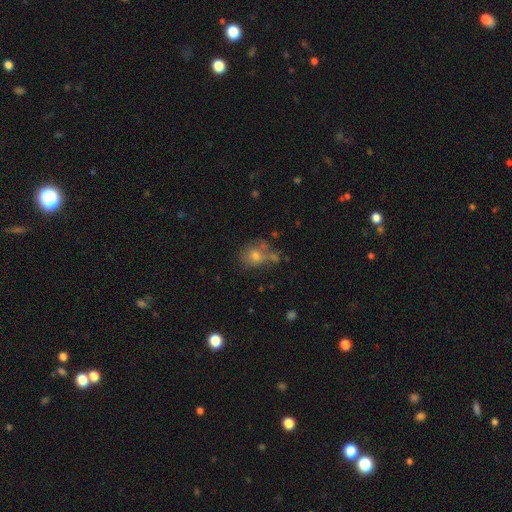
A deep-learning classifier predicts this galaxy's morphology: A smooth galaxy with no disk features (63%) that is round (62%).

Vote fractions:
- Smooth or featured? smooth: 63% / featured or disk: 19% / star or artifact: 17%
- How rounded? round: 62% / in between: 37% / cigar-shaped: 1%
- Merging? none: 52% / minor disturbance: 20% / merger: 18% / major disturbance: 10%